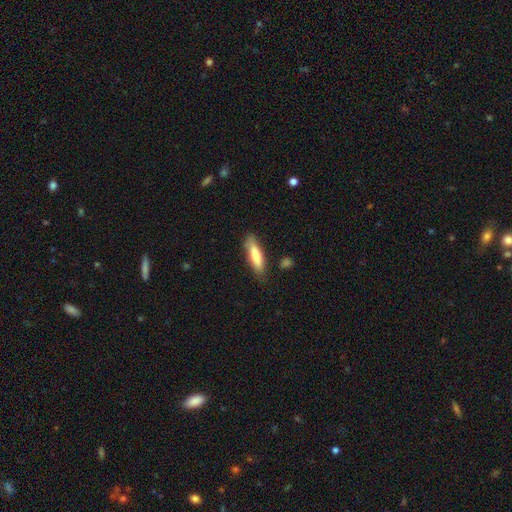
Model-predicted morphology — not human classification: This is likely a smooth galaxy (78%). How rounded: likely cigar-shaped (67%). Merging: likely none (77%).